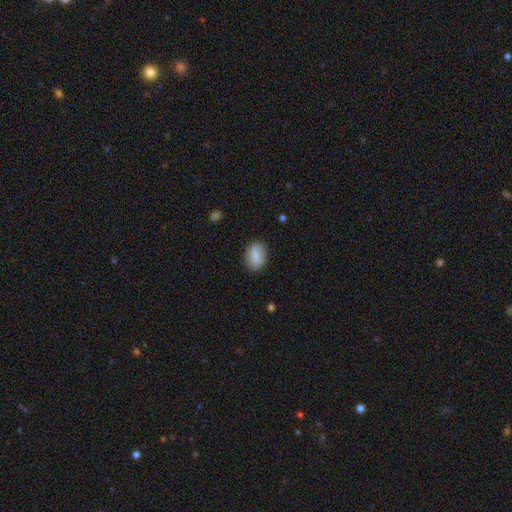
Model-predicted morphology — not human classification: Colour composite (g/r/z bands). It shows a smooth galaxy with no disk features (80%) that is in between round and cigar-shaped (80%). Merging: none (85%).